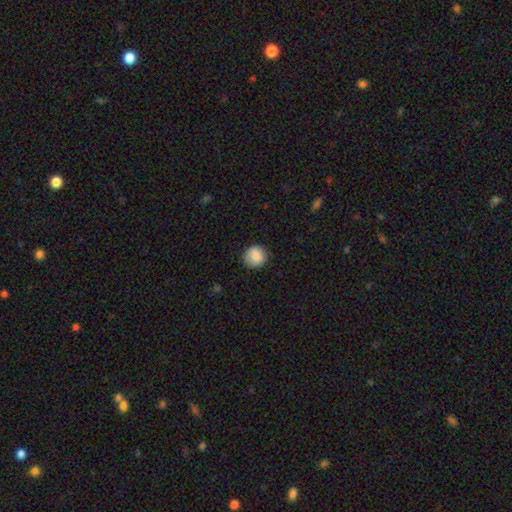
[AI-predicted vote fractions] This is clearly a smooth galaxy (86%). How rounded: clearly round (89%). Merging: clearly none (85%).